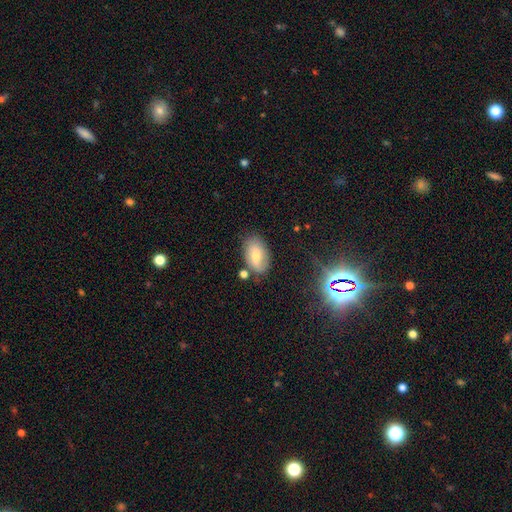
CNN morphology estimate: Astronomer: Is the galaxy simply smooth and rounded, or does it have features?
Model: smooth — 58%.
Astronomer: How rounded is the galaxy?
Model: in between — 91%.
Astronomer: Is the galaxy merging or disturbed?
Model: none — 72%.